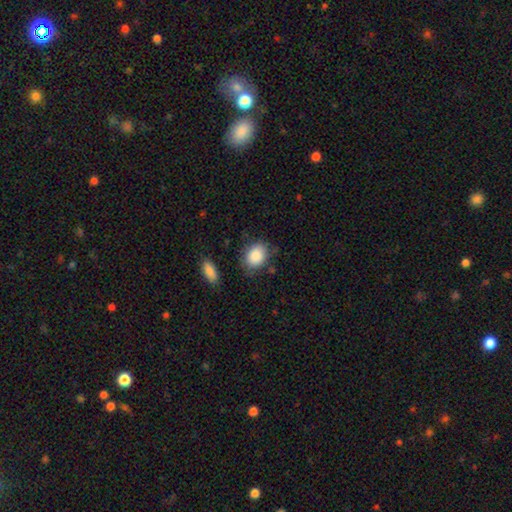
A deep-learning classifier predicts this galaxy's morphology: Q: Smooth or featured?
A: smooth (88%); runner-up: star or artifact (7%)
Q: How rounded?
A: in between (63%); runner-up: round (36%)
Q: Merging?
A: none (71%); runner-up: minor disturbance (20%)